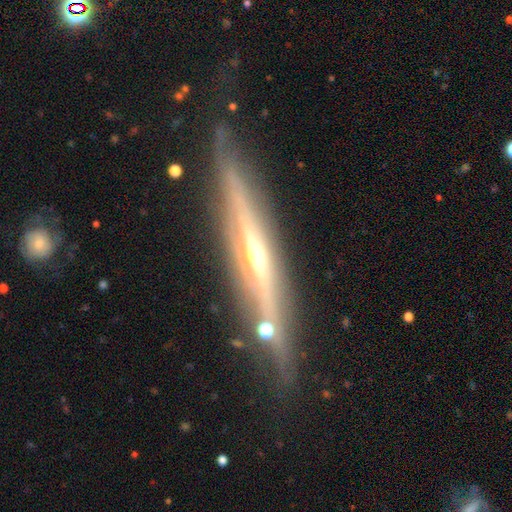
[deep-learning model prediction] Smooth or featured? featured or disk (84%)
Edge-on disk? yes (92%)
Edge-on bulge? rounded (77%)
Merging? none (78%)